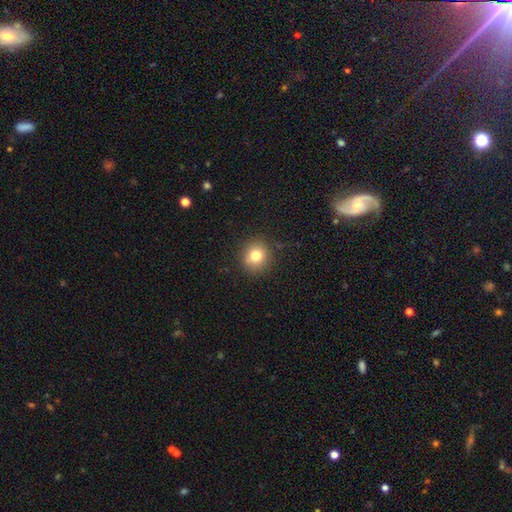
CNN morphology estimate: type=smooth (79%); roundness=round (87%); merging=none (88%).